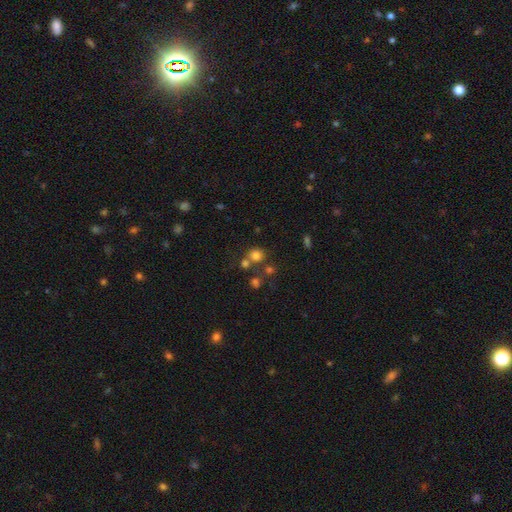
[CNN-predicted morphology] smooth-or-featured: smooth: 73% | star or artifact: 18% | featured or disk: 9%
  how-rounded: round: 86% | in between: 13% | cigar-shaped: 1%
  merging: none: 63% | merger: 24% | minor disturbance: 9% | major disturbance: 5%